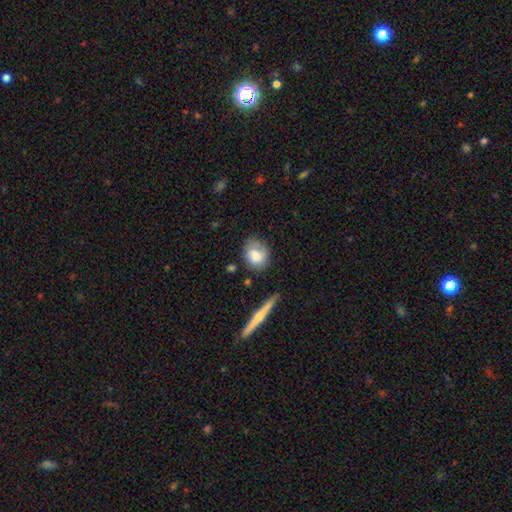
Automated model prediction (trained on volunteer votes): Q: Smooth or featured?
A: smooth (66%); runner-up: featured or disk (27%)
Q: How rounded?
A: round (50%); runner-up: in between (48%)
Q: Merging?
A: none (61%); runner-up: minor disturbance (25%)